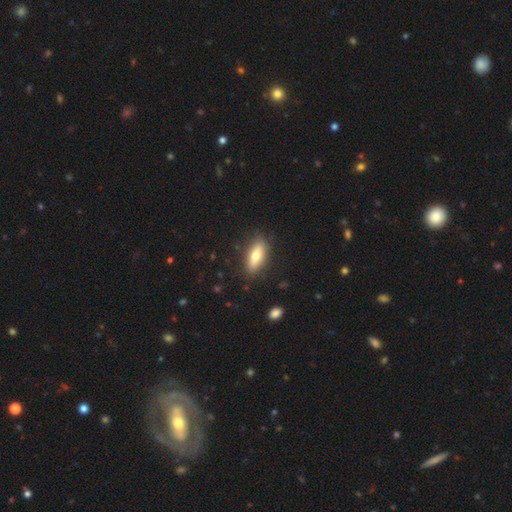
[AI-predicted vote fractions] smooth_or_featured: smooth (p=0.71) [alt: featured or disk p=0.23]
how_rounded: in between (p=0.66) [alt: cigar-shaped p=0.32]
merging: none (p=0.85) [alt: minor disturbance p=0.11]